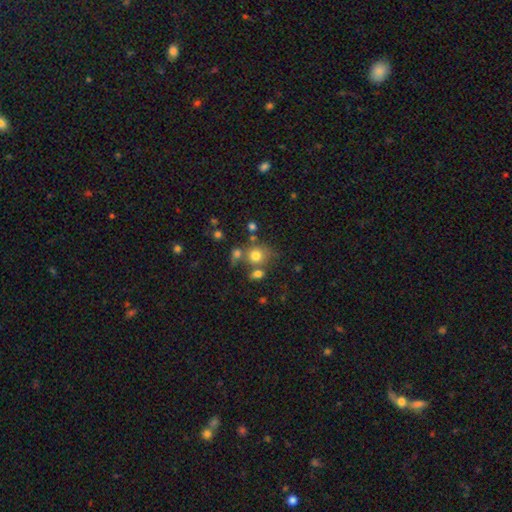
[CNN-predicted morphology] Smooth or featured: smooth — 75% (star or artifact — 14%)
How rounded: round — 82% (in between — 17%)
Merging: none — 55% (merger — 26%)